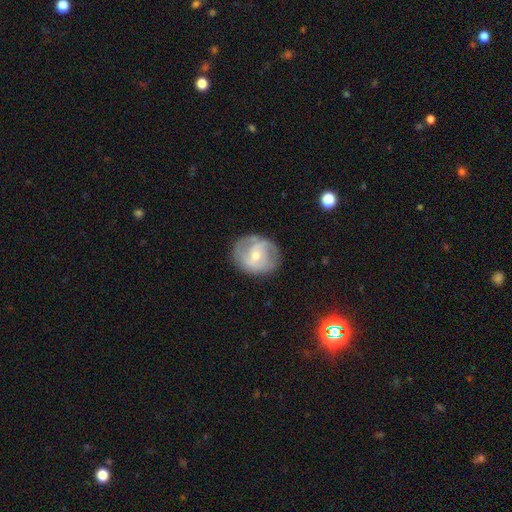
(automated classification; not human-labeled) Smooth or featured? Predicted: featured or disk (p=0.72). Edge-on disk? Predicted: no (p=0.98). Bar? Predicted: no (p=0.46). Spiral arms? Predicted: yes (p=0.86). Spiral winding? Predicted: medium (p=0.43). Spiral arm count? Predicted: 2 (p=0.51). Bulge size? Predicted: moderate (p=0.52). Merging? Predicted: none (p=0.75).